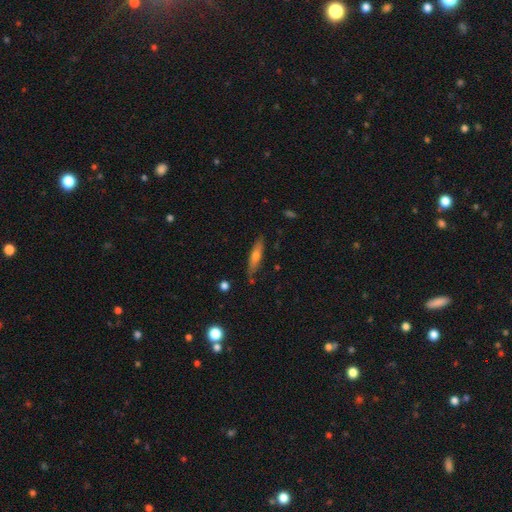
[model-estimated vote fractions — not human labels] Smooth or featured: smooth — 57% (featured or disk — 37%)
How rounded: cigar-shaped — 80% (in between — 18%)
Merging: none — 81% (minor disturbance — 14%)